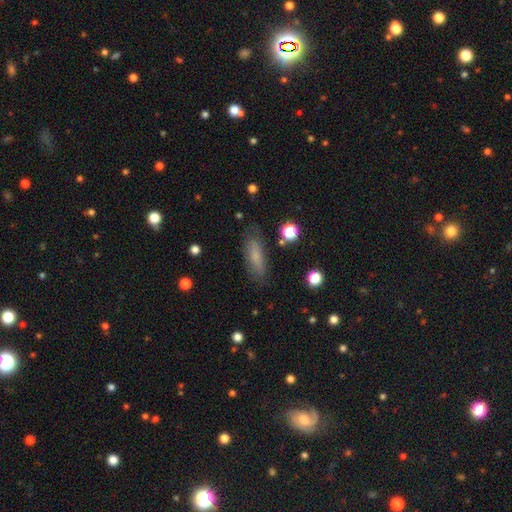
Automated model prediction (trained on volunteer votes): smooth 70%, featured or disk 20%, star or artifact 10%. Down the decision tree: how rounded — in between (51%); merging — none (81%).